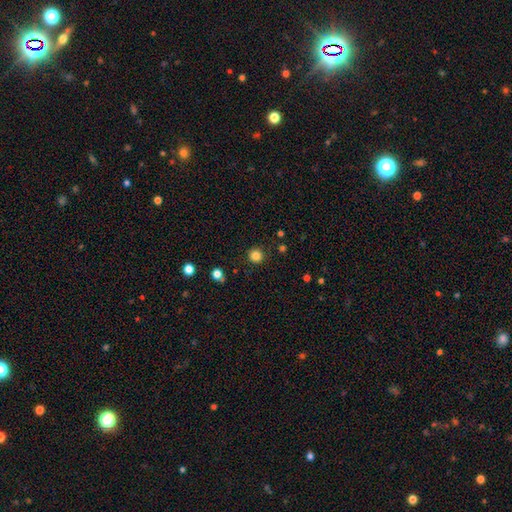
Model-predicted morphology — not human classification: Smooth or featured: smooth — 83% (star or artifact — 13%)
How rounded: round — 94% (in between — 5%)
Merging: none — 90% (minor disturbance — 6%)